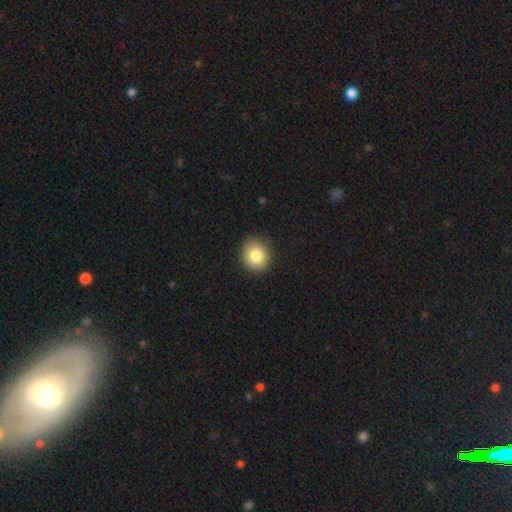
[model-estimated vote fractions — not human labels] Smooth or featured: smooth — 83% (star or artifact — 9%)
How rounded: round — 79% (in between — 20%)
Merging: none — 90% (minor disturbance — 7%)